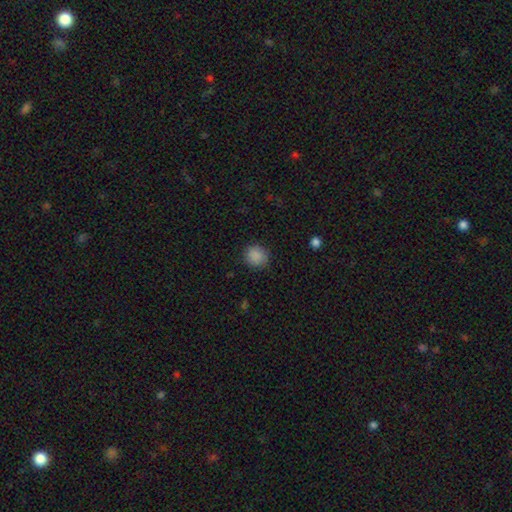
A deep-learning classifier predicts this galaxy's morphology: Smooth or featured?
  - smooth: 87% *
  - star or artifact: 9%
  - featured or disk: 3%
How rounded?
  - round: 82% *
  - in between: 17%
  - cigar-shaped: 1%
Merging?
  - none: 86% *
  - minor disturbance: 10%
  - major disturbance: 3%
  - merger: 1%